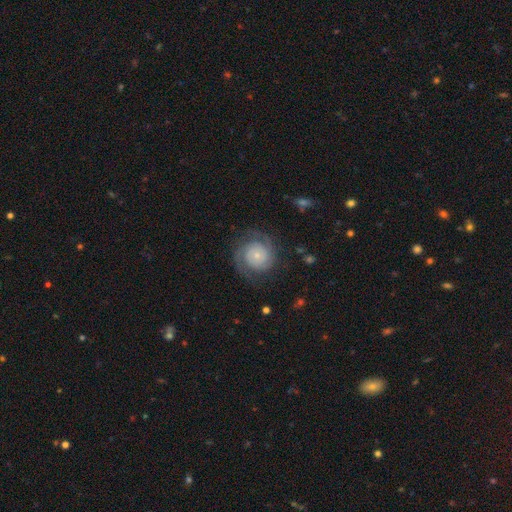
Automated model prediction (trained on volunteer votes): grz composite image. It shows a featured or disk galaxy (74%) with no bar (79%), 2 (73%) tight (56%) spiral arms (94%) and a small central bulge (73%). Merging: none (74%).